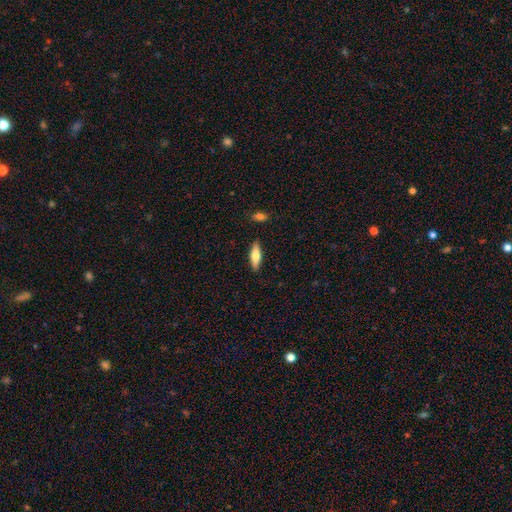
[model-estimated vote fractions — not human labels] This appears to be a smooth galaxy with no disk features (64%) that is in between round and cigar-shaped (49%, tied with cigar-shaped). Merging: none (88%).